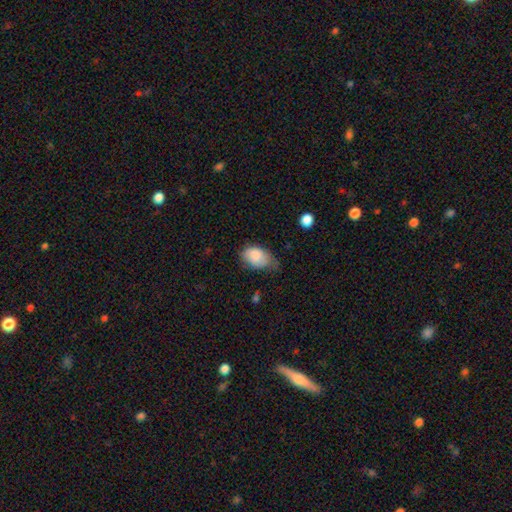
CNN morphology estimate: Smooth or featured? Predicted: smooth (p=0.84). How rounded? Predicted: in between (p=0.86). Merging? Predicted: minor disturbance (p=0.46).